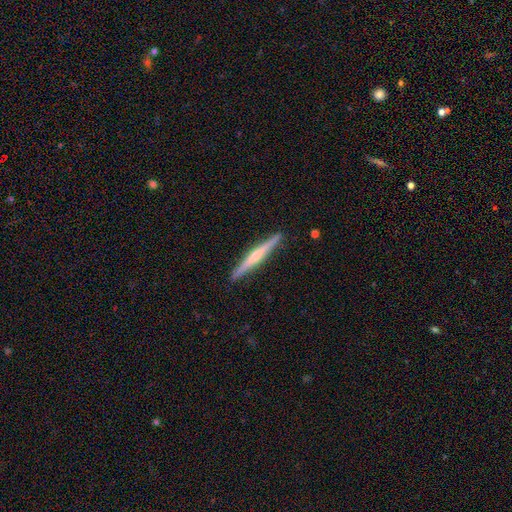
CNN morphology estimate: The model was most divided on "smooth or featured": featured or disk: 65%, smooth: 30%, star or artifact: 5%. More confident: edge-on disk — yes (98%); merging — none (92%); edge-on bulge — rounded (66%).